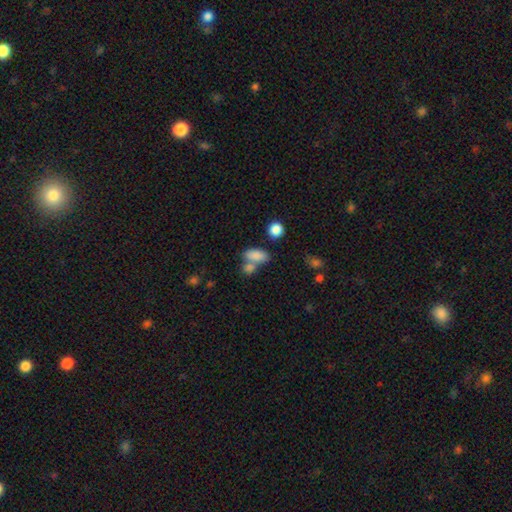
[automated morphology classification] A smooth galaxy with no disk features (82%) that is in between round and cigar-shaped (86%).

Vote fractions:
- Smooth or featured? smooth: 82% / star or artifact: 10% / featured or disk: 8%
- How rounded? in between: 86% / round: 9% / cigar-shaped: 5%
- Merging? merger: 42% / none: 41% / minor disturbance: 11% / major disturbance: 5%